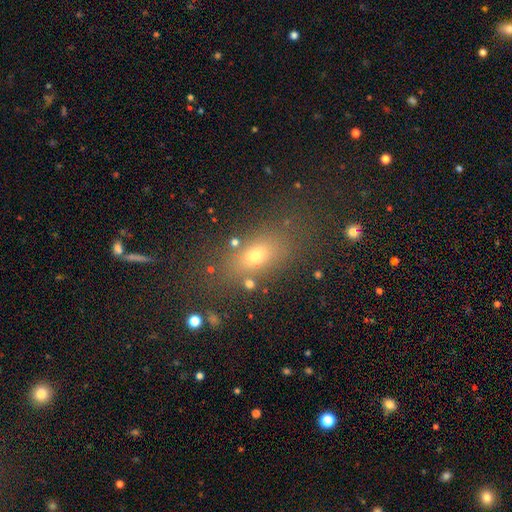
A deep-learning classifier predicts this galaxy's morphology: smooth_or_featured: smooth (p=0.69) [alt: star or artifact p=0.16]
how_rounded: in between (p=0.75) [alt: round p=0.14]
merging: none (p=0.76) [alt: minor disturbance p=0.13]